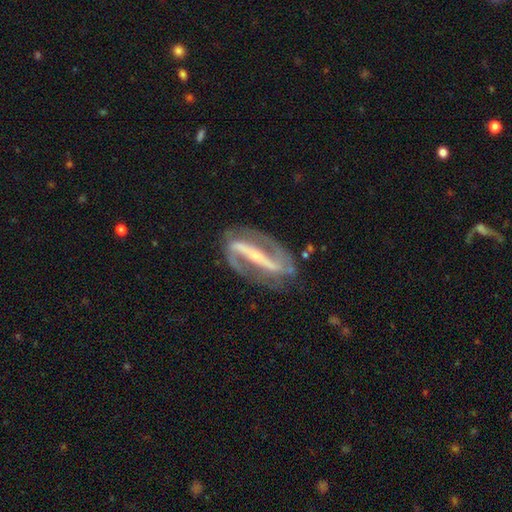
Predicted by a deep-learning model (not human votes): Q: Smooth or featured?
A: featured or disk (91%); runner-up: smooth (4%)
Q: Edge-on disk?
A: no (91%); runner-up: yes (9%)
Q: Bar?
A: strong (83%); runner-up: weak (11%)
Q: Spiral arms?
A: yes (95%); runner-up: no (5%)
Q: Spiral winding?
A: medium (46%); runner-up: tight (29%)
Q: Spiral arm count?
A: 2 (93%); runner-up: can't tell (3%)
Q: Bulge size?
A: small (67%); runner-up: moderate (24%)
Q: Merging?
A: none (80%); runner-up: minor disturbance (13%)